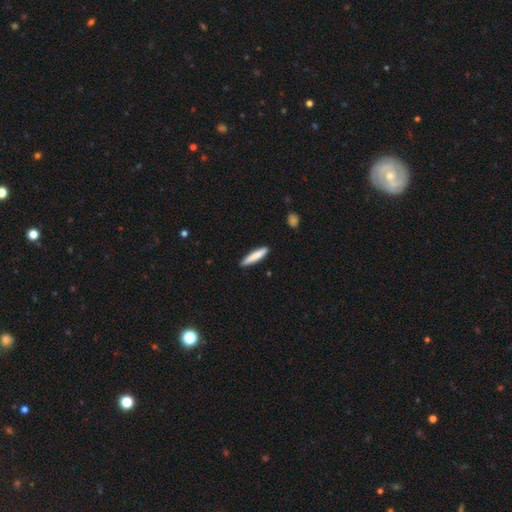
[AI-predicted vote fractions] This is clearly a smooth galaxy (80%). How rounded: clearly cigar-shaped (90%). Merging: clearly none (88%).